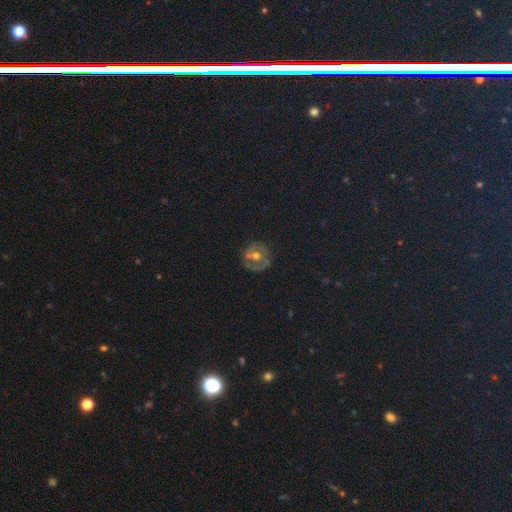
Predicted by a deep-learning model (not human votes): Smooth or featured?
  - featured or disk: 50% *
  - smooth: 36%
  - star or artifact: 14%
Merging?
  - none: 65% *
  - minor disturbance: 19%
  - major disturbance: 10%
  - merger: 7%